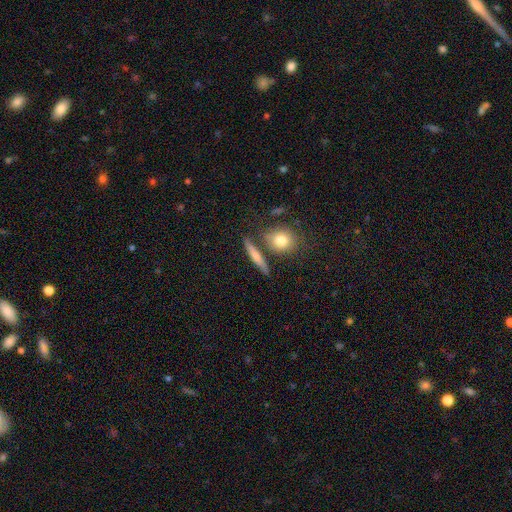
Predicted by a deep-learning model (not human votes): Overall: smooth (62%; featured or disk 30%). How rounded: cigar-shaped (68%). Merging: none (76%).